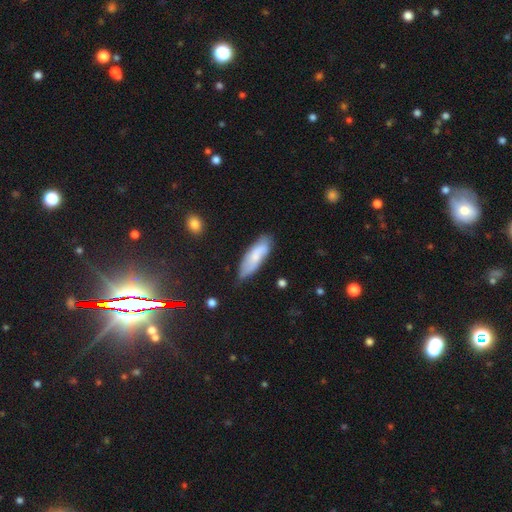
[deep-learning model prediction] Morphology: type=smooth (66%); roundness=in between (59%); merging=none (65%).